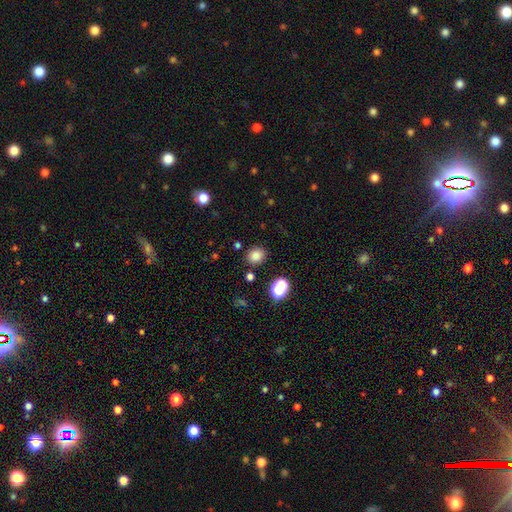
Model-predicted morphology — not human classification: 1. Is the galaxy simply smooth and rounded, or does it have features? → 79% smooth, 15% star or artifact, 6% featured or disk.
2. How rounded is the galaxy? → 65% round, 34% in between, 1% cigar-shaped.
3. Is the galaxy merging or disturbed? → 84% none, 9% minor disturbance, 4% merger, 3% major disturbance.